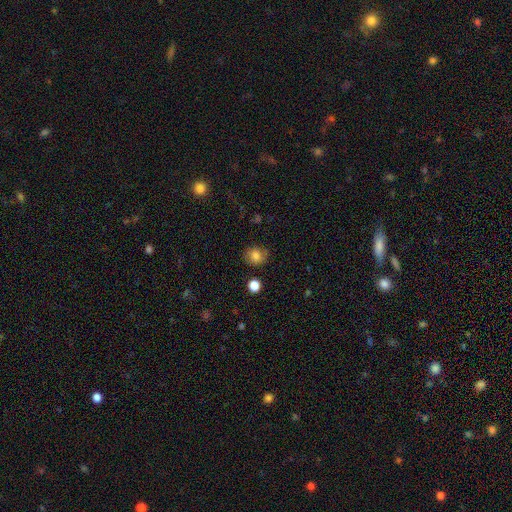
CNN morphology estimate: This appears to be a smooth galaxy with no disk features (79%) that is round (68%). Merging: none (77%).